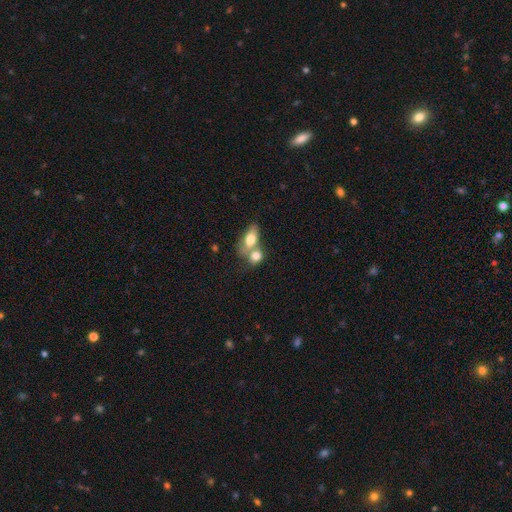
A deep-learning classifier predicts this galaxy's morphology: Smooth or featured? smooth (76%)
How rounded? in between (66%)
Merging? merger (64%)